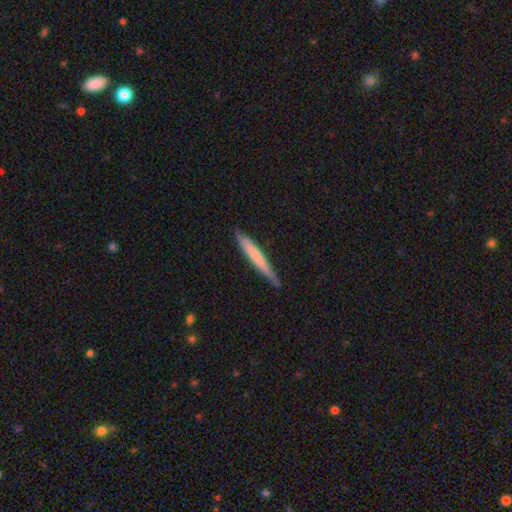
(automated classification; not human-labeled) A smooth galaxy with no disk features (64%) that is cigar-shaped (96%).

Vote fractions:
- Smooth or featured? smooth: 64% / featured or disk: 31% / star or artifact: 5%
- How rounded? cigar-shaped: 96% / in between: 3% / round: 1%
- Merging? none: 85% / minor disturbance: 12% / major disturbance: 2% / merger: 1%